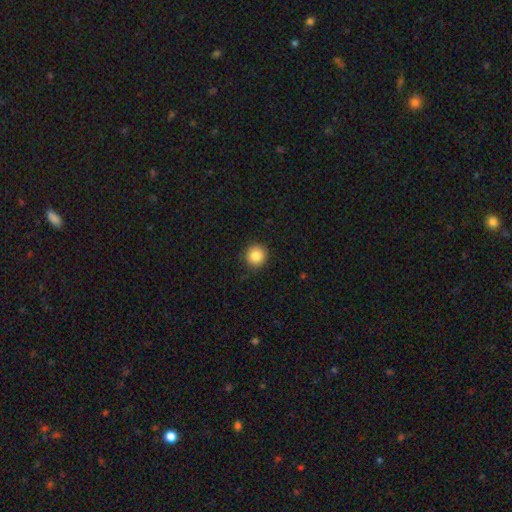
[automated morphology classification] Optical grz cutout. It shows a smooth galaxy with no disk features (86%) that is round (93%). Merging: none (90%).